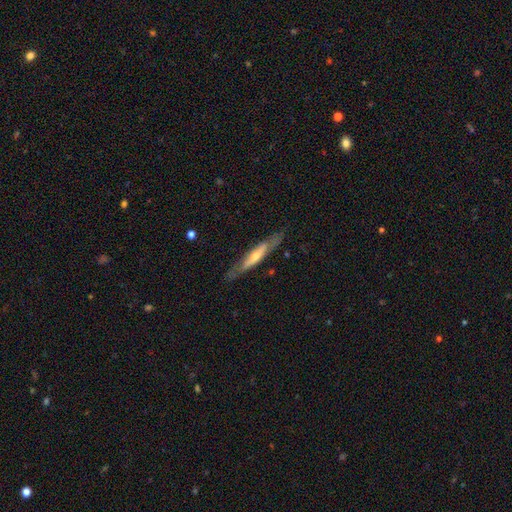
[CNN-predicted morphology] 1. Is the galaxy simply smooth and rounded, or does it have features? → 63% featured or disk, 31% smooth, 5% star or artifact.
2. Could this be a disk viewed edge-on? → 74% yes, 26% no.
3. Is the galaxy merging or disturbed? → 80% none, 15% minor disturbance, 4% major disturbance, 1% merger.